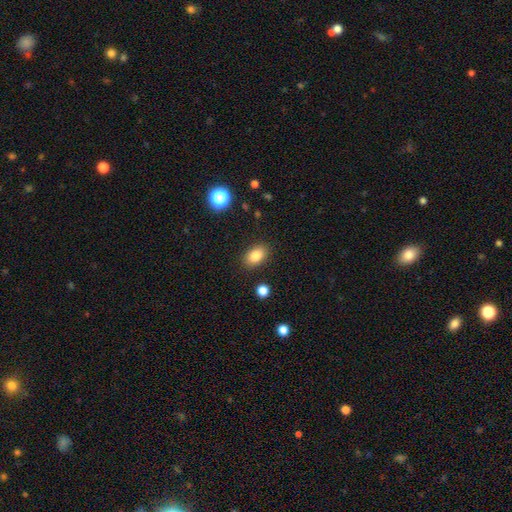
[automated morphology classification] smooth_or_featured: smooth (p=0.83) [alt: star or artifact p=0.09]
how_rounded: in between (p=0.84) [alt: round p=0.14]
merging: none (p=0.87) [alt: minor disturbance p=0.09]